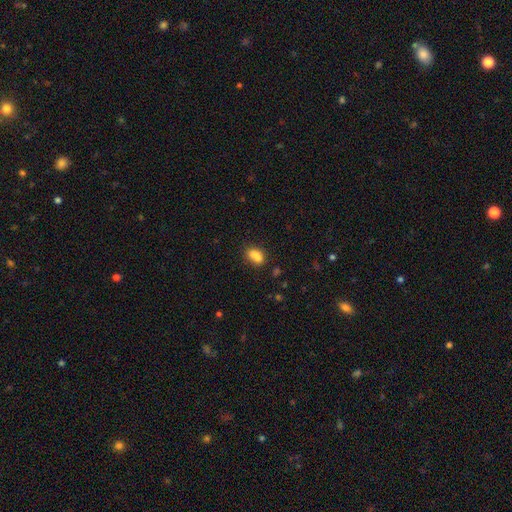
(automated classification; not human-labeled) This is likely a smooth galaxy (79%). How rounded: likely in between (74%). Merging: possibly none (45%).